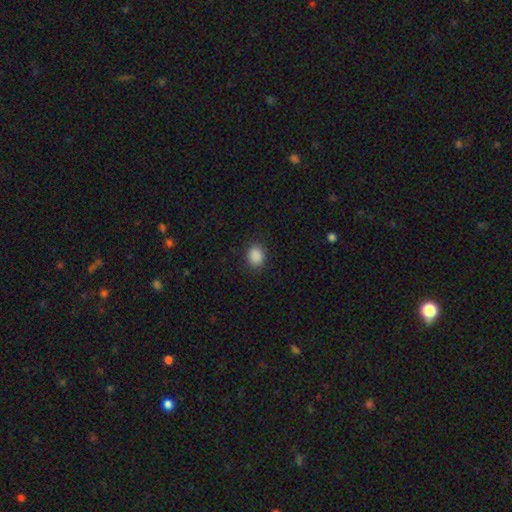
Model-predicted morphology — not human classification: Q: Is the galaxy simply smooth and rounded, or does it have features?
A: smooth — 88%.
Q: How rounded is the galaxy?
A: round — 50%.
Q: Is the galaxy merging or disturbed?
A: none — 87%.